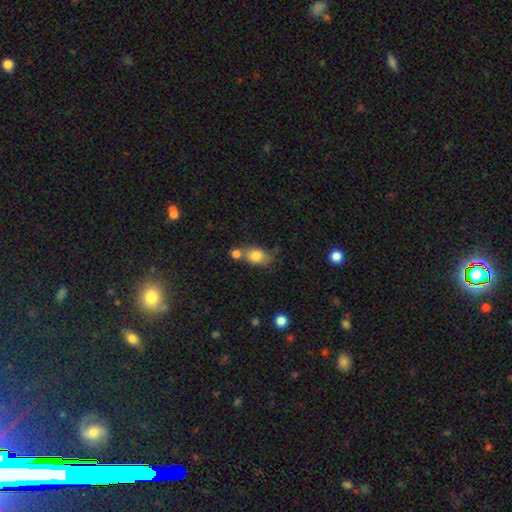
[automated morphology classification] The model was most divided on "merging": none: 42%, merger: 34%, minor disturbance: 18%, major disturbance: 7%. More confident: smooth or featured — smooth (79%); how rounded — in between (71%).